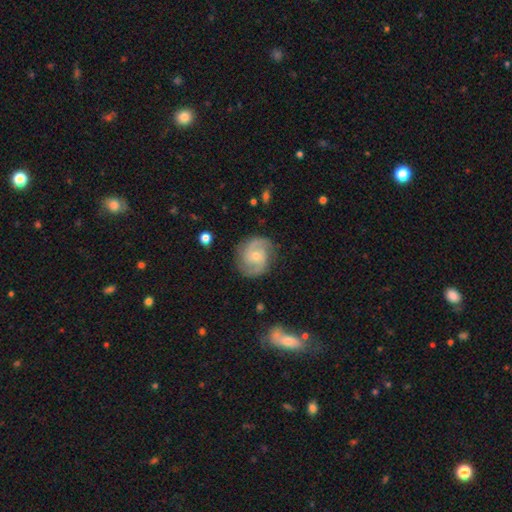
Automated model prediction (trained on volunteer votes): featured or disk 83%, smooth 11%, star or artifact 5%. Down the decision tree: edge-on disk — no (98%); bar — no (62%); spiral arms — yes (96%); spiral arm count — 2 (85%); spiral winding — medium (52%); bulge size — small (53%); merging — none (81%).